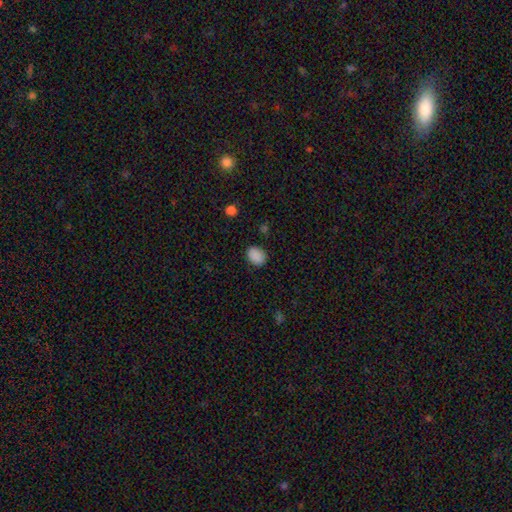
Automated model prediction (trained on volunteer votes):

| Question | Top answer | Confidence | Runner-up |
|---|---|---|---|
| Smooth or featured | smooth | 88% | star or artifact (9%) |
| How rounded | in between | 66% | round (33%) |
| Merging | none | 85% | minor disturbance (11%) |